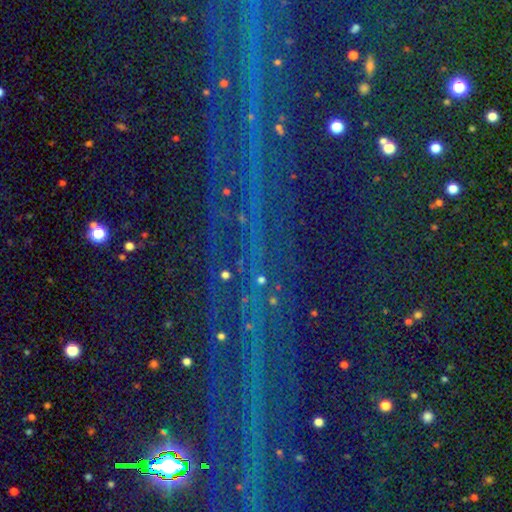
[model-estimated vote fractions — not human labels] star or artifact 82%, featured or disk 9%, smooth 9%.